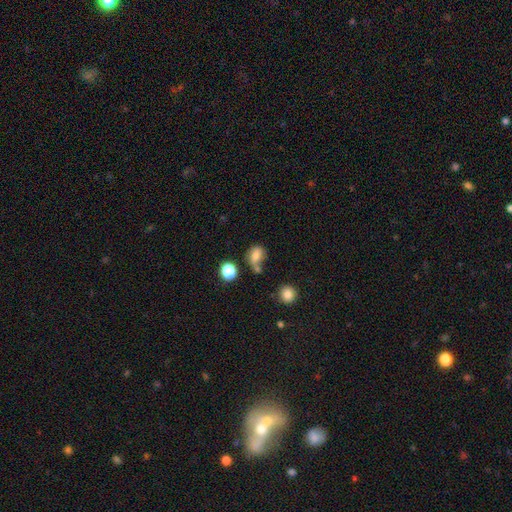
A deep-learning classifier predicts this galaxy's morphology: Q: Smooth or featured?
A: smooth (74%); runner-up: star or artifact (15%)
Q: How rounded?
A: in between (59%); runner-up: round (39%)
Q: Merging?
A: none (49%); runner-up: merger (21%)